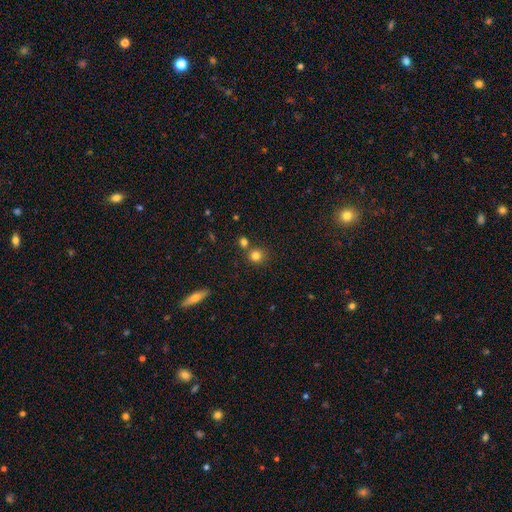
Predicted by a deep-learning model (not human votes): Smooth or featured?
  - smooth: 79% *
  - star or artifact: 14%
  - featured or disk: 7%
How rounded?
  - round: 88% *
  - in between: 11%
  - cigar-shaped: 1%
Merging?
  - none: 69% *
  - merger: 19%
  - minor disturbance: 9%
  - major disturbance: 3%